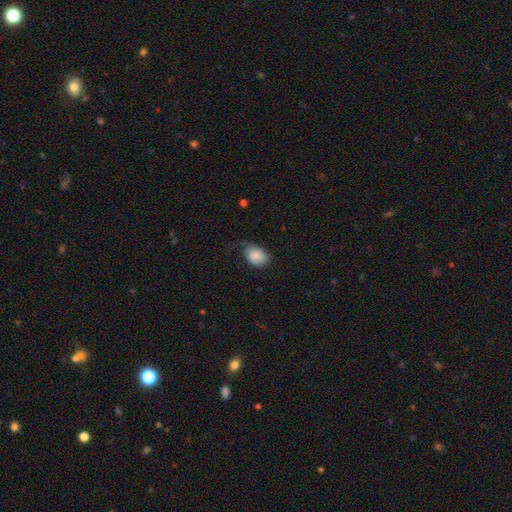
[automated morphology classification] smooth_or_featured: smooth (p=0.81) [alt: featured or disk p=0.12]
how_rounded: in between (p=0.78) [alt: round p=0.21]
merging: none (p=0.39) [tied with: minor disturbance p=0.39]